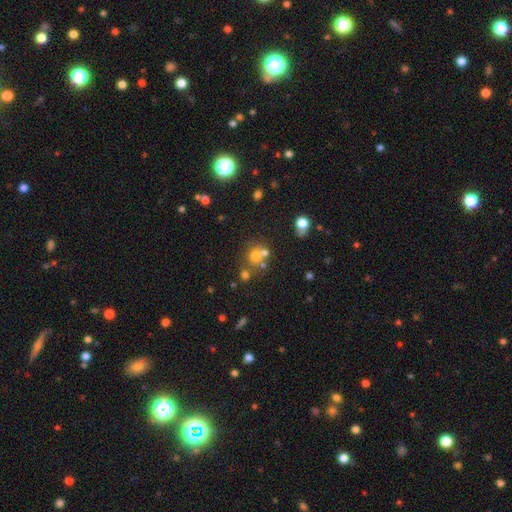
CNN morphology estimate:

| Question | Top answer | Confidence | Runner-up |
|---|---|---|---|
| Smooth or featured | smooth | 65% | star or artifact (20%) |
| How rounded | round | 82% | in between (17%) |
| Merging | none | 51% | merger (34%) |